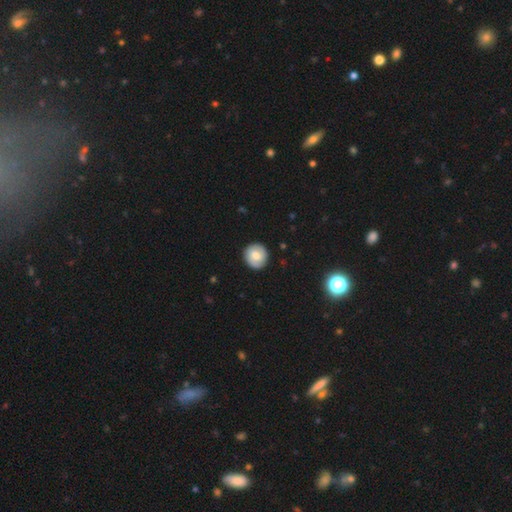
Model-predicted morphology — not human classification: Smooth or featured? Predicted: smooth (p=0.69). How rounded? Predicted: round (p=0.91). Merging? Predicted: none (p=0.89).